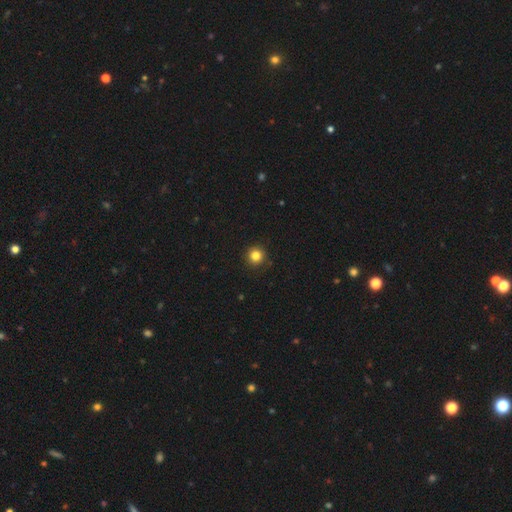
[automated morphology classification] Q: Smooth or featured?
A: smooth (84%); runner-up: star or artifact (12%)
Q: How rounded?
A: round (95%); runner-up: in between (4%)
Q: Merging?
A: none (92%); runner-up: minor disturbance (5%)